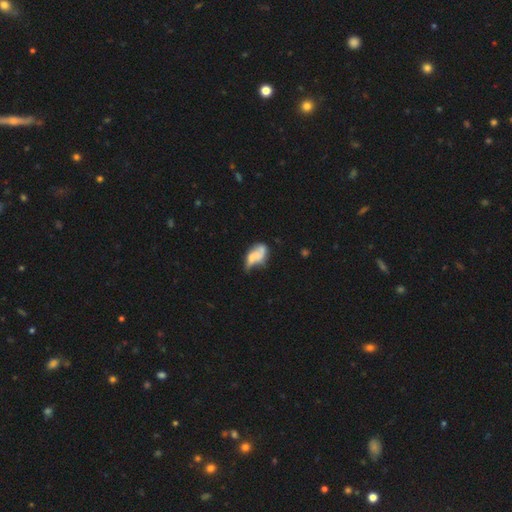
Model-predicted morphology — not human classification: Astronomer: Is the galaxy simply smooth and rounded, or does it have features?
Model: smooth — 49% (runner-up: featured or disk, 42%).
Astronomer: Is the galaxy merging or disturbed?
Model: merger — 29% (runner-up: minor disturbance, 25%).